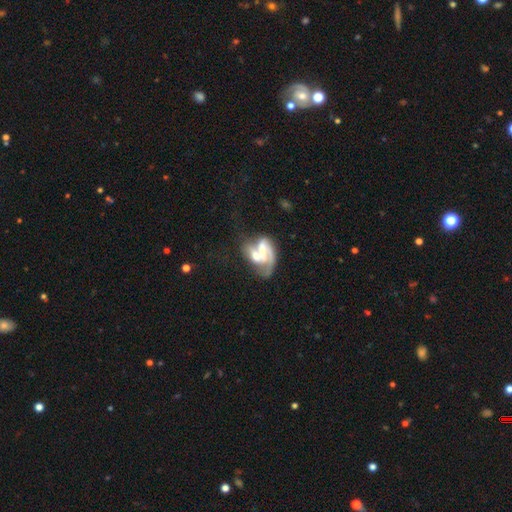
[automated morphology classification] A featured or disk galaxy (61%) with no bar (45%), spiral arms (67%) and a moderate central bulge (35%).

Vote fractions:
- Smooth or featured? featured or disk: 61% / smooth: 30% / star or artifact: 9%
- Edge-on disk? no: 95% / yes: 5%
- Bar? no: 45% / weak: 33% / strong: 22%
- Spiral arms? yes: 67% / no: 33%
- Bulge size? moderate: 35% / small: 27% / none: 20% / large: 15% / dominant: 3%
- Merging? merger: 57% / major disturbance: 17% / none: 16% / minor disturbance: 10%